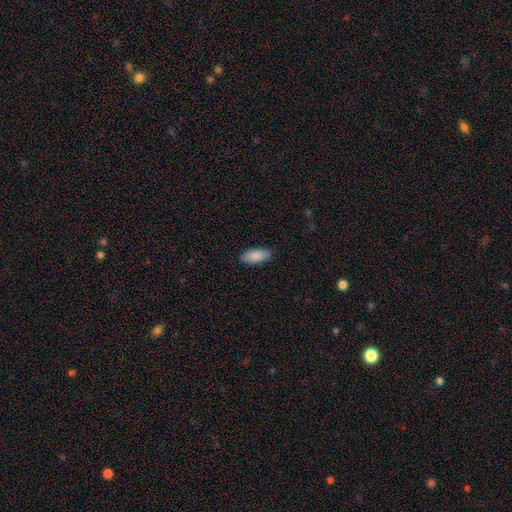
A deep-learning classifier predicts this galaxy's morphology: smooth_or_featured: smooth (p=0.89) [alt: featured or disk p=0.06]
how_rounded: in between (p=0.85) [alt: cigar-shaped p=0.13]
merging: none (p=0.88) [alt: minor disturbance p=0.09]